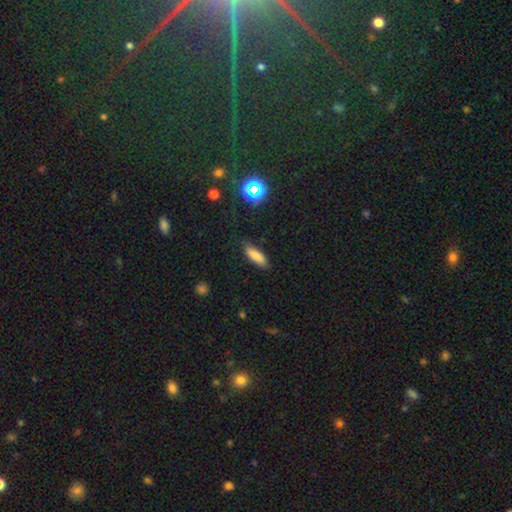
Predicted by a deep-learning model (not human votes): smooth_or_featured: smooth (p=0.80) [alt: star or artifact p=0.10]
how_rounded: in between (p=0.56) [alt: cigar-shaped p=0.42]
merging: none (p=0.80) [alt: minor disturbance p=0.15]